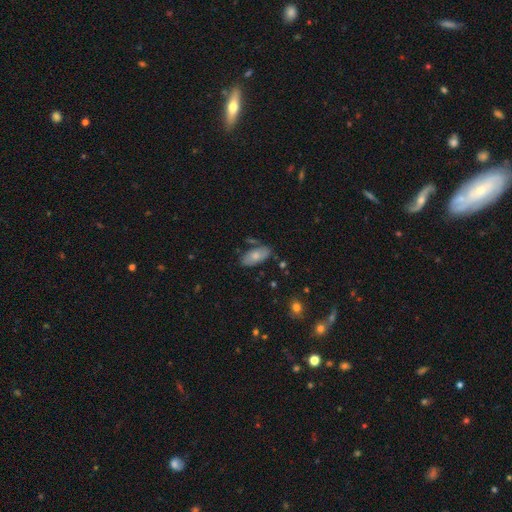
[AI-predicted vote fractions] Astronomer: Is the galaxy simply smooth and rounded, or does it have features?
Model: smooth — 70%.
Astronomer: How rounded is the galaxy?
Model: in between — 90%.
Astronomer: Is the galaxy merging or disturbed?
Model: none — 76%.